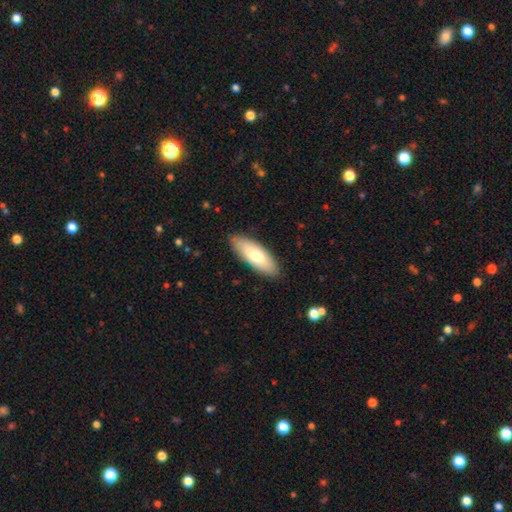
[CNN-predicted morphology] Smooth or featured? Predicted: smooth (p=0.72). How rounded? Predicted: in between (p=0.67). Merging? Predicted: none (p=0.87).